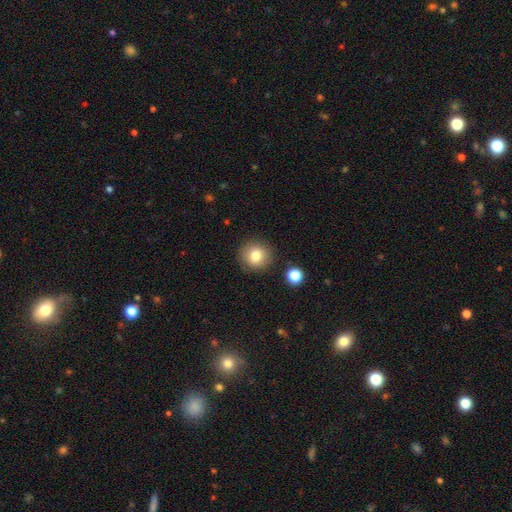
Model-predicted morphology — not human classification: Smooth or featured?
  - smooth: 80% *
  - star or artifact: 10%
  - featured or disk: 9%
How rounded?
  - round: 92% *
  - in between: 7%
  - cigar-shaped: 1%
Merging?
  - none: 87% *
  - minor disturbance: 7%
  - merger: 3%
  - major disturbance: 3%